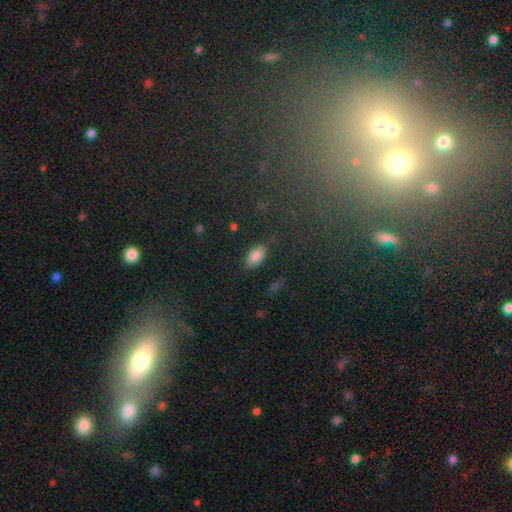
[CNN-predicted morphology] Overall: smooth (85%). How rounded: in between (91%). Merging: none (83%).